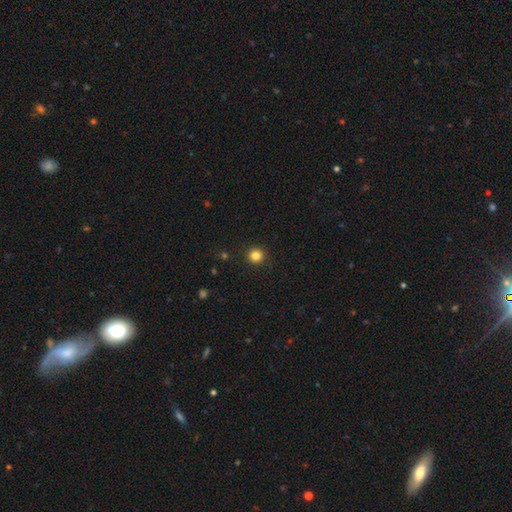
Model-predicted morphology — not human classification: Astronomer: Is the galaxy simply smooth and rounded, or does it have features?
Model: smooth — 83%.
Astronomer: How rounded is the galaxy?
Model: round — 95%.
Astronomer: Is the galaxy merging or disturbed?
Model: none — 93%.